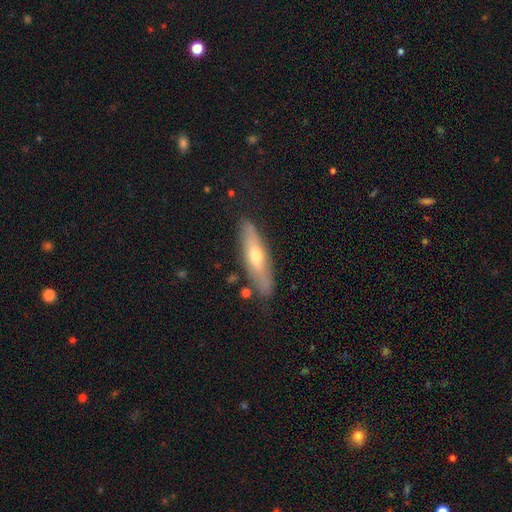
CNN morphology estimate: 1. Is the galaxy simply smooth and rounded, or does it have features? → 47% featured or disk, 46% smooth, 7% star or artifact.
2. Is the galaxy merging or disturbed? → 80% none, 14% minor disturbance, 3% major disturbance, 3% merger.